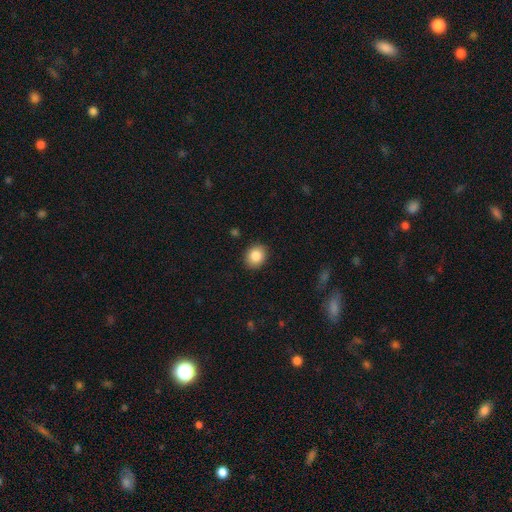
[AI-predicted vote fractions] Morphology: type=smooth (85%); roundness=round (61%); merging=none (90%).